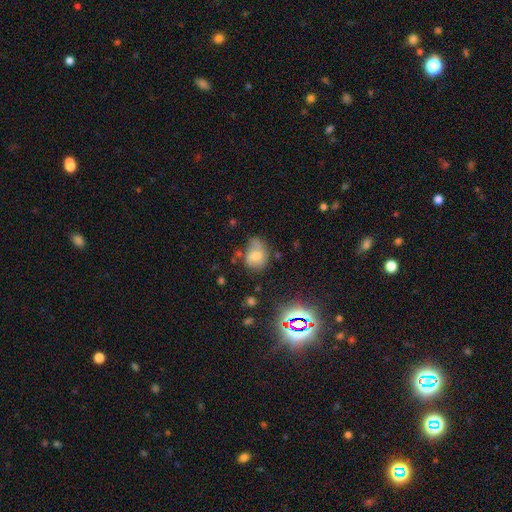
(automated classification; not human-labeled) A smooth galaxy with no disk features (56%) that is in between round and cigar-shaped (53%). Merging: none (43%).